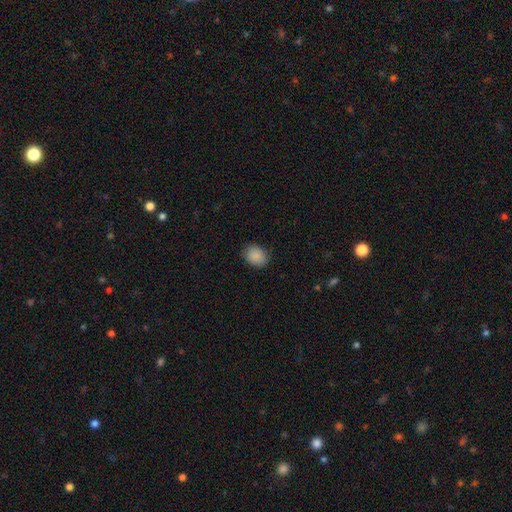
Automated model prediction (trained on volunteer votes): Overall: smooth (89%). How rounded: in between (57%; round 42%). Merging: none (84%).